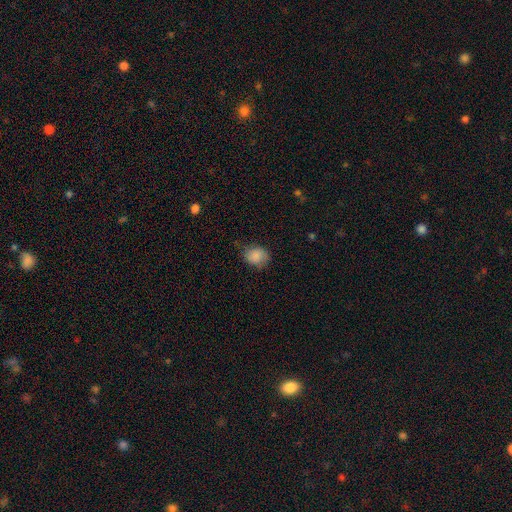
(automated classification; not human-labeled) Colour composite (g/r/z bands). It shows a smooth galaxy with no disk features (85%) that is round (59%). Merging: none (67%).